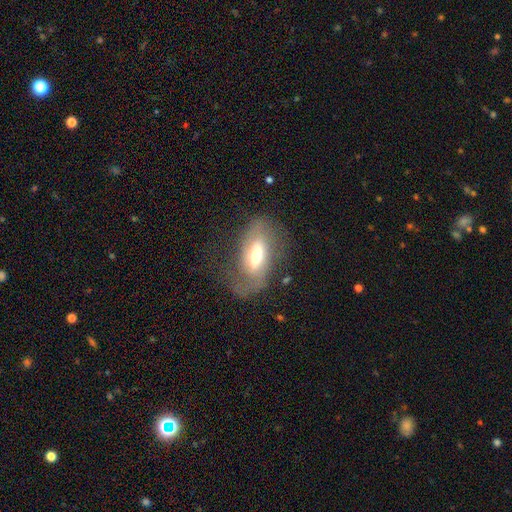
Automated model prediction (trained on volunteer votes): This is possibly a featured or disk galaxy (52%). It is clearly not viewed edge-on (88%). Merging: possibly none (47%).